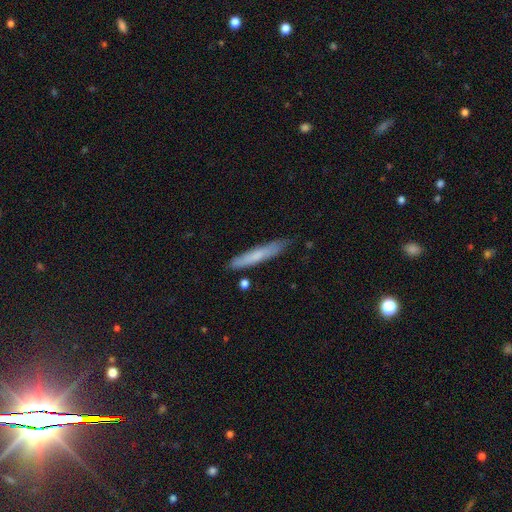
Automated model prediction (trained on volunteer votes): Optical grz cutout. It shows a smooth galaxy with no disk features (68%) that is cigar-shaped (93%). Merging: none (79%).